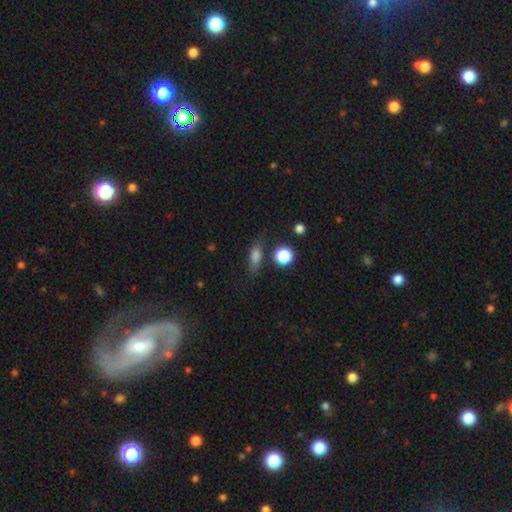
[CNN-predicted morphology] smooth_or_featured: smooth (p=0.75) [alt: featured or disk p=0.14]
how_rounded: in between (p=0.56) [alt: cigar-shaped p=0.28]
merging: none (p=0.67) [alt: minor disturbance p=0.20]